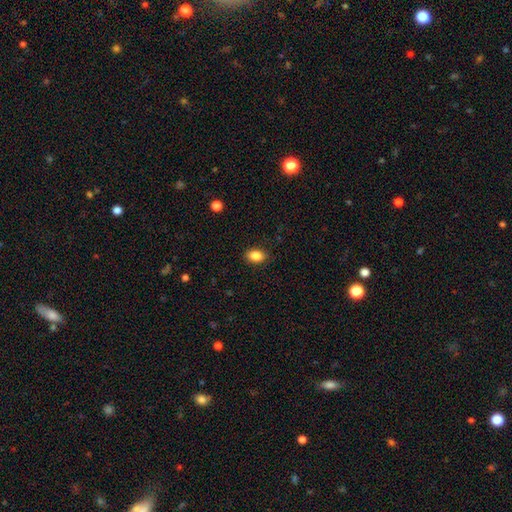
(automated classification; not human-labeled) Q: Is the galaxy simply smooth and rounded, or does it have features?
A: smooth — 86%.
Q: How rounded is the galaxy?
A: in between — 80%.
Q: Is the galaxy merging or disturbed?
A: none — 88%.